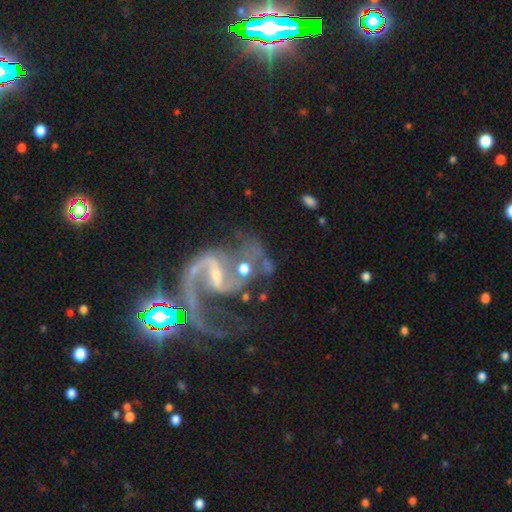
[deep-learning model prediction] Smooth or featured?
  - featured or disk: 87% *
  - star or artifact: 9%
  - smooth: 4%
Edge-on disk?
  - no: 98% *
  - yes: 2%
Bar?
  - weak: 44% *
  - strong: 35%
  - no: 21%
Spiral arms?
  - yes: 95% *
  - no: 5%
Spiral winding?
  - loose: 45% *
  - medium: 44%
  - tight: 11%
Spiral arm count?
  - 2: 82% *
  - 1: 6%
  - can't tell: 4%
  - 3: 3%
  - 4: 2%
  - more than 4: 2%
Bulge size?
  - small: 71% *
  - moderate: 20%
  - none: 7%
  - large: 1%
  - dominant: 1%
Merging?
  - none: 32% * (tied)
  - major disturbance: 32% * (tied)
  - merger: 20%
  - minor disturbance: 16%